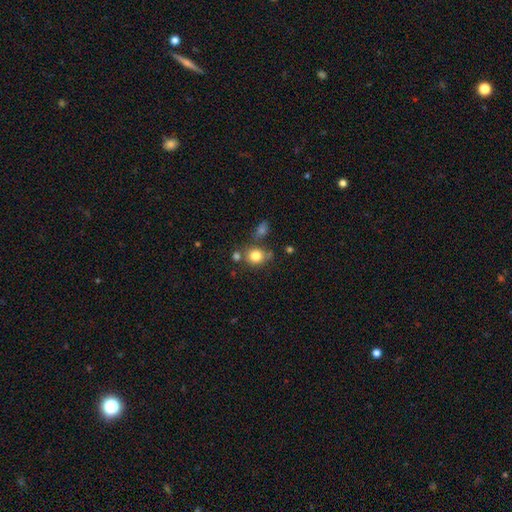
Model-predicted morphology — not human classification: Smooth or featured?
  - smooth: 81% *
  - star or artifact: 11%
  - featured or disk: 8%
How rounded?
  - round: 77% *
  - in between: 22%
  - cigar-shaped: 1%
Merging?
  - none: 64% *
  - merger: 16%
  - minor disturbance: 15%
  - major disturbance: 5%